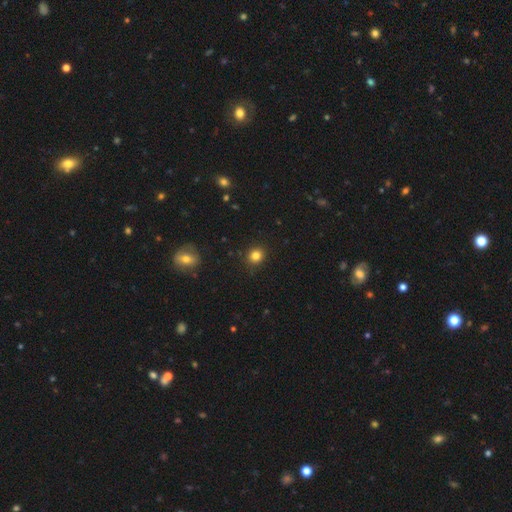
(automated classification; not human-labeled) Smooth or featured? Predicted: smooth (p=0.83). How rounded? Predicted: round (p=0.86). Merging? Predicted: none (p=0.89).